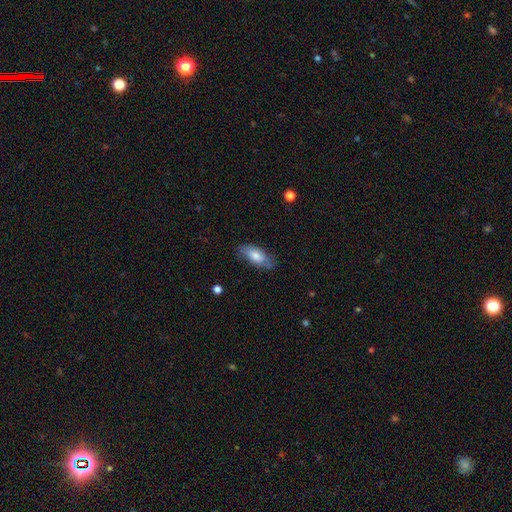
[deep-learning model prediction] This is likely a smooth galaxy (73%). How rounded: clearly in between (85%). Merging: likely none (68%).